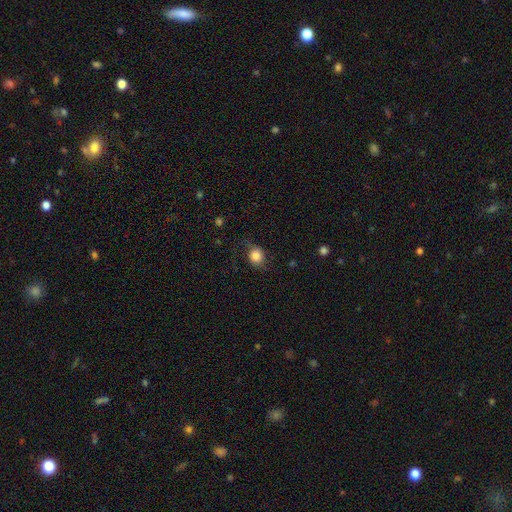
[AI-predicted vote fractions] The model was most divided on "merging": none: 65%, minor disturbance: 22%, major disturbance: 11%, merger: 1%. More confident: smooth or featured — smooth (79%); how rounded — round (75%).